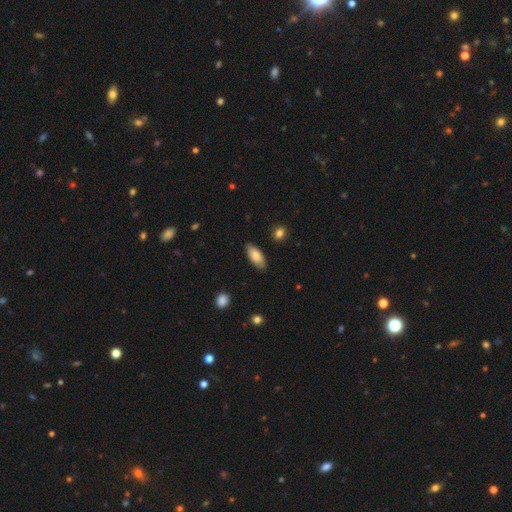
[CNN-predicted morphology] Smooth or featured?
  - smooth: 80% *
  - featured or disk: 14%
  - star or artifact: 6%
How rounded?
  - in between: 86% *
  - cigar-shaped: 12%
  - round: 2%
Merging?
  - none: 85% *
  - minor disturbance: 12%
  - major disturbance: 2%
  - merger: 1%